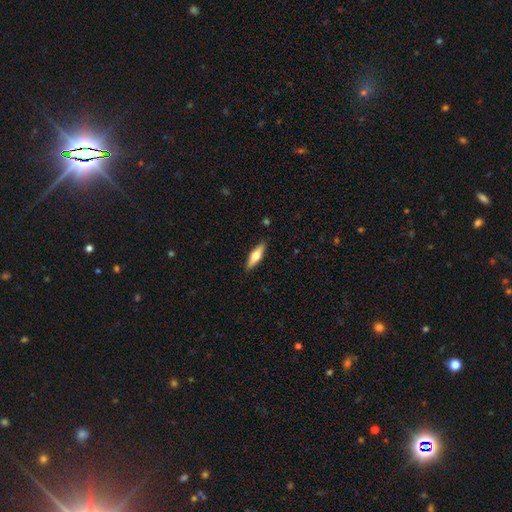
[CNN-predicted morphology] This appears to be a smooth galaxy with no disk features (51%) that is cigar-shaped (61%). Merging: none (89%).